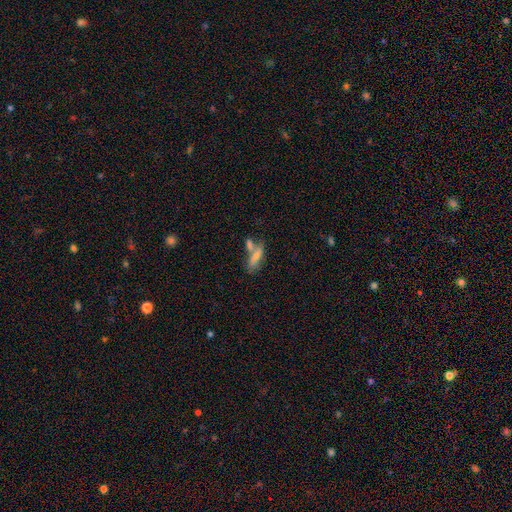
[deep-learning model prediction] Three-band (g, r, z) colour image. It shows a smooth galaxy with no disk features (67%) that is cigar-shaped (50%). Merging: merger (39%).